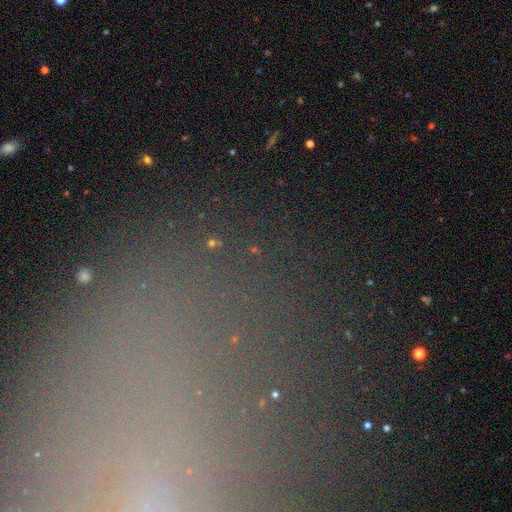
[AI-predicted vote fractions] Smooth or featured?
  - star or artifact: 70% *
  - smooth: 16%
  - featured or disk: 14%